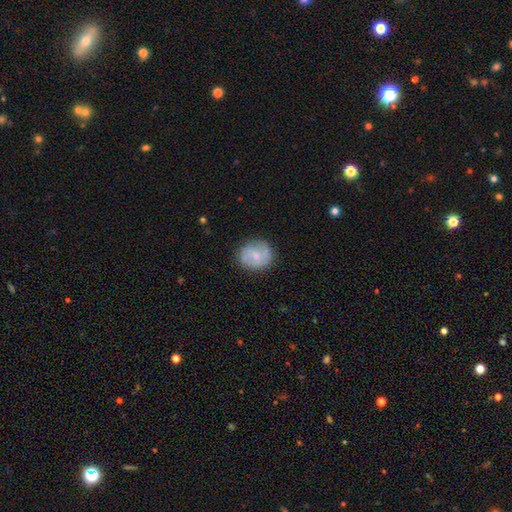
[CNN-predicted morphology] type=featured or disk (47%); merging=none (74%).